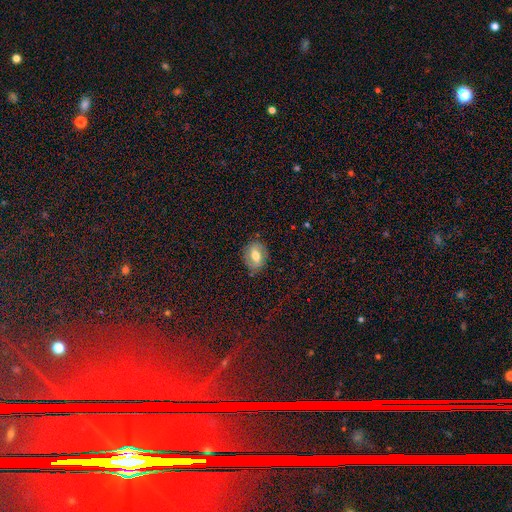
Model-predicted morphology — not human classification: Overall: smooth (53%; featured or disk 38%). How rounded: in between (59%; round 40%). Merging: none (82%).